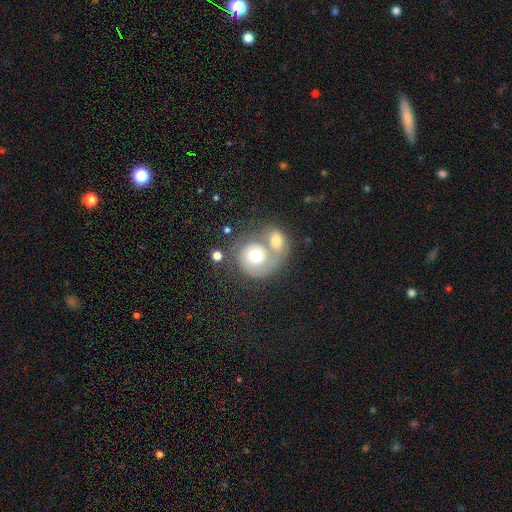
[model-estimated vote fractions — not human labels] The model was most divided on "smooth or featured": featured or disk: 51%, smooth: 43%, star or artifact: 6%. More confident: edge-on disk — no (98%); merging — merger (59%).